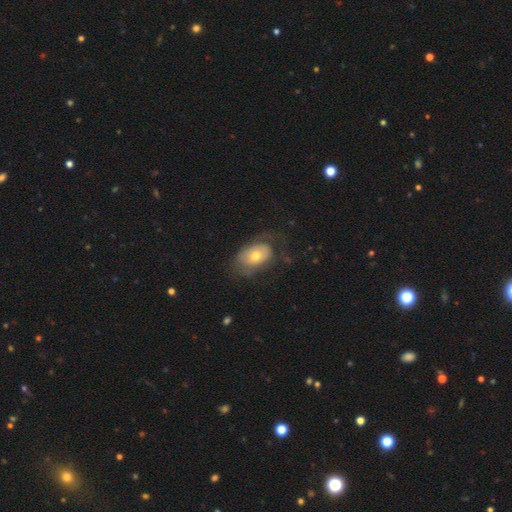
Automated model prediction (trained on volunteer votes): smooth 50%, featured or disk 43%, star or artifact 7%. Down the decision tree: how rounded — in between (85%); merging — none (51%).